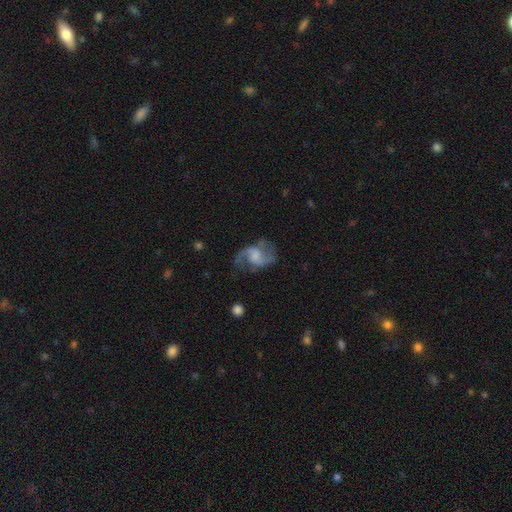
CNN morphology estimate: This is likely a featured or disk galaxy (78%). It is clearly not viewed edge-on (98%). Bar: possibly weak (46%). Spiral arm pattern: clearly yes (93%). Spiral arm count: clearly 2 (87%). Spiral winding: possibly loose (49%). Central bulge: marginally none (34%). Merging: likely none (62%).